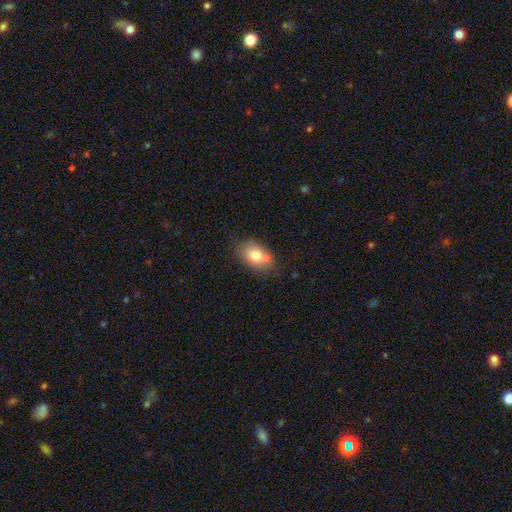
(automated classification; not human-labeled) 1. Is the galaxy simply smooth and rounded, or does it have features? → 77% smooth, 14% featured or disk, 9% star or artifact.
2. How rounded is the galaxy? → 78% in between, 21% round, 1% cigar-shaped.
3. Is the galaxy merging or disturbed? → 65% none, 19% minor disturbance, 11% merger, 4% major disturbance.